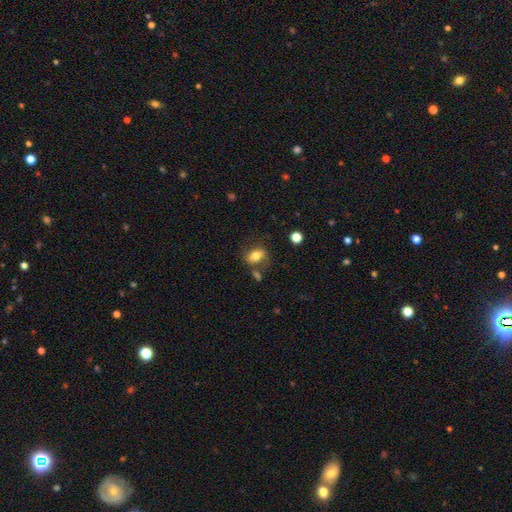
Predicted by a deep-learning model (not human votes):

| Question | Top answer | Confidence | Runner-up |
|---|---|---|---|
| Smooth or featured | smooth | 74% | featured or disk (17%) |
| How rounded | in between | 79% | round (19%) |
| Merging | none | 60% | minor disturbance (18%) |